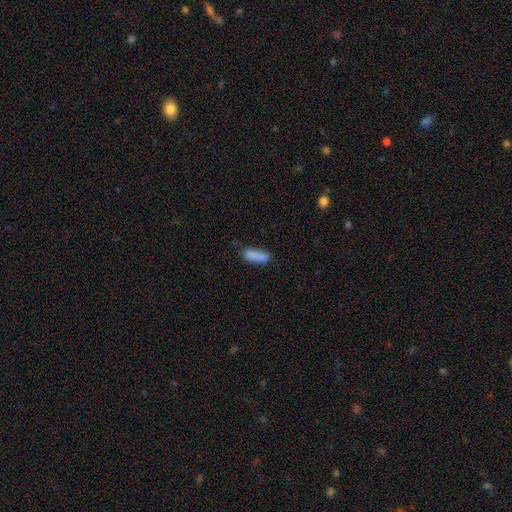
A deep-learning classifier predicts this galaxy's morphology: type=smooth (86%); roundness=cigar-shaped (50%); merging=none (70%).